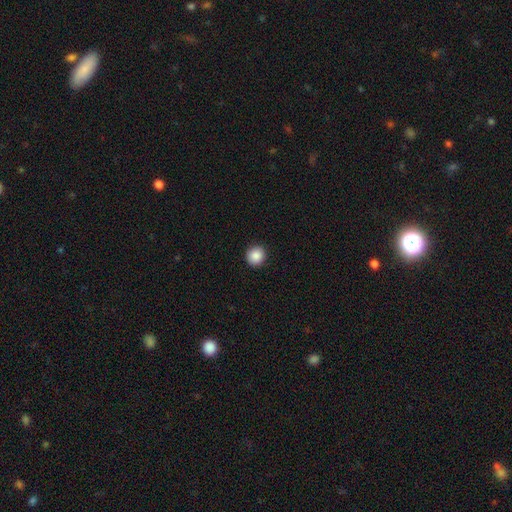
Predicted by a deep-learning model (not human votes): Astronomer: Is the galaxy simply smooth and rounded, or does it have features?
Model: smooth — 88%.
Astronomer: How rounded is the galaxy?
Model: round — 91%.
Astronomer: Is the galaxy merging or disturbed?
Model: none — 92%.